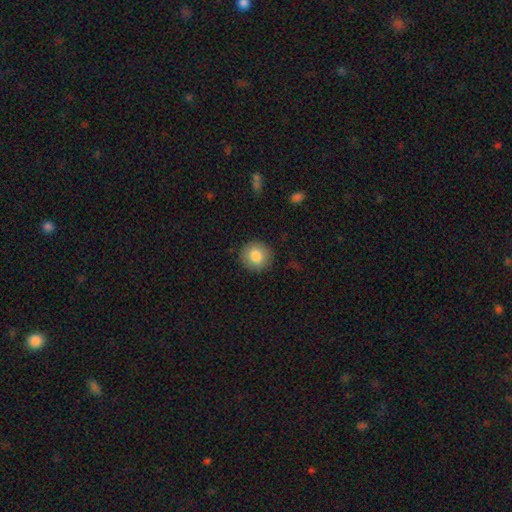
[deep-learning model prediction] The model was most divided on "smooth or featured": smooth: 83%, featured or disk: 9%, star or artifact: 8%. More confident: how rounded — round (93%); merging — none (90%).